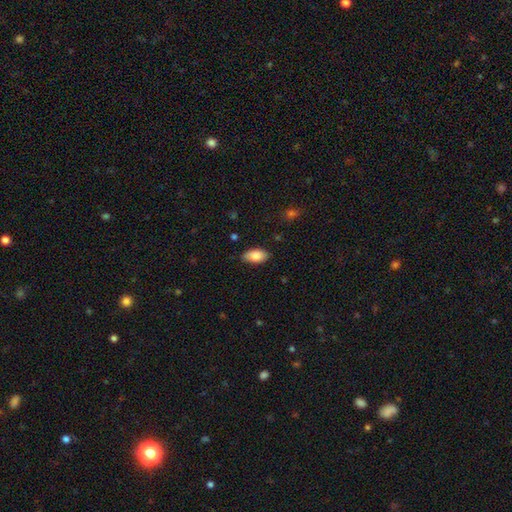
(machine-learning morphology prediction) Smooth or featured?
  - smooth: 85% *
  - featured or disk: 8%
  - star or artifact: 7%
How rounded?
  - in between: 93% *
  - round: 4%
  - cigar-shaped: 3%
Merging?
  - none: 80% *
  - minor disturbance: 16%
  - major disturbance: 3%
  - merger: 1%